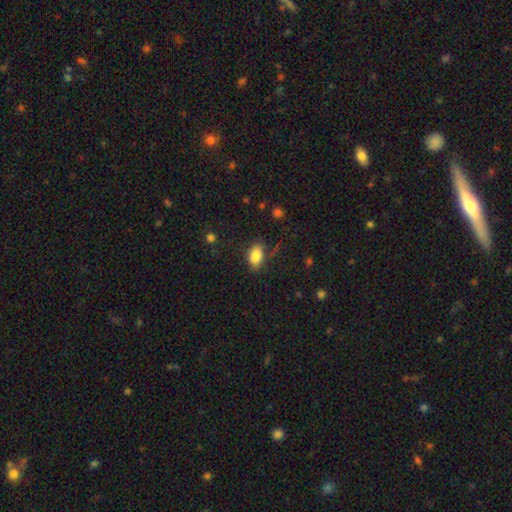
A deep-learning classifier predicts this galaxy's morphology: This is clearly a smooth galaxy (84%). How rounded: clearly in between (90%). Merging: likely none (73%).